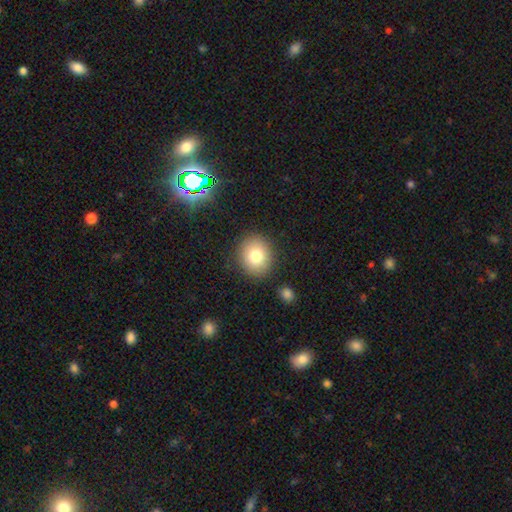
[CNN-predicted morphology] A smooth galaxy with no disk features (78%) that is round (77%). Merging: none (87%).